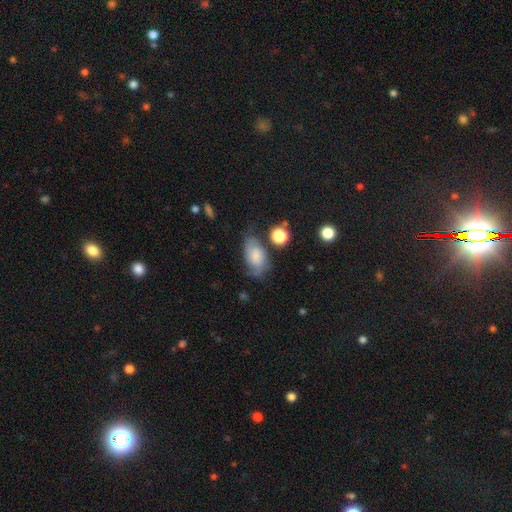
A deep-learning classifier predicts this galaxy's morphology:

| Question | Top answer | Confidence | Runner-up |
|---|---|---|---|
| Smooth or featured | smooth | 57% | featured or disk (33%) |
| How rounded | in between | 89% | round (9%) |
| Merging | none | 49% | minor disturbance (31%) |